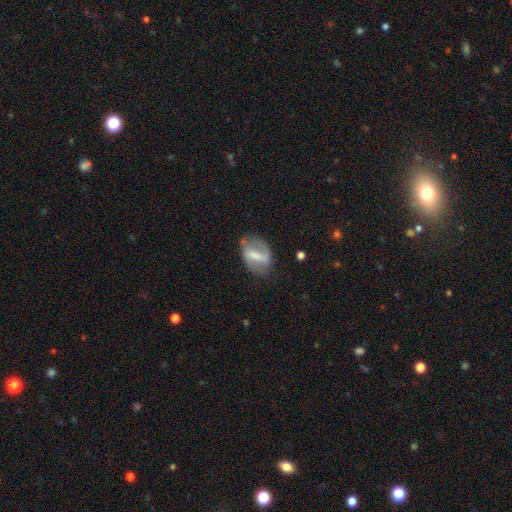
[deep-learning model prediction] This appears to be a featured or disk galaxy (56%) with a strong bar (54%), spiral arms (59%) and a moderate central bulge (32%). Merging: none (57%).